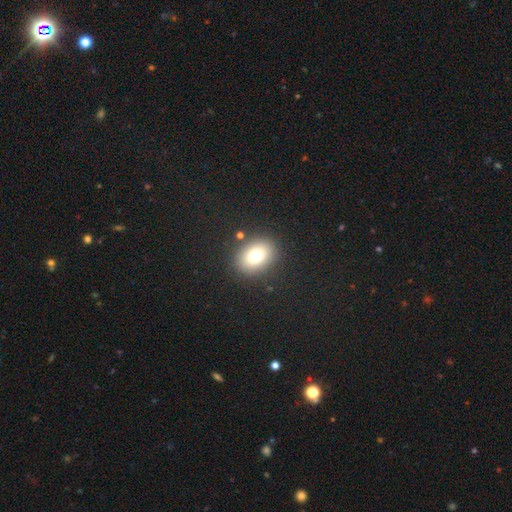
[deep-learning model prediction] This is likely a smooth galaxy (76%). How rounded: possibly in between (55%). Merging: clearly none (86%).